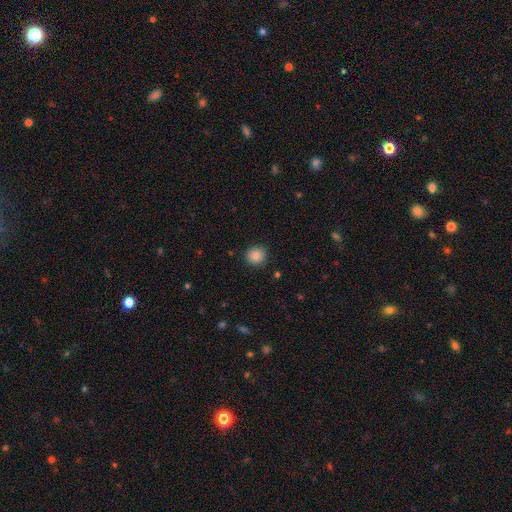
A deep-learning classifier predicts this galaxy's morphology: Smooth or featured? Predicted: smooth (p=0.86). How rounded? Predicted: round (p=0.91). Merging? Predicted: none (p=0.90).